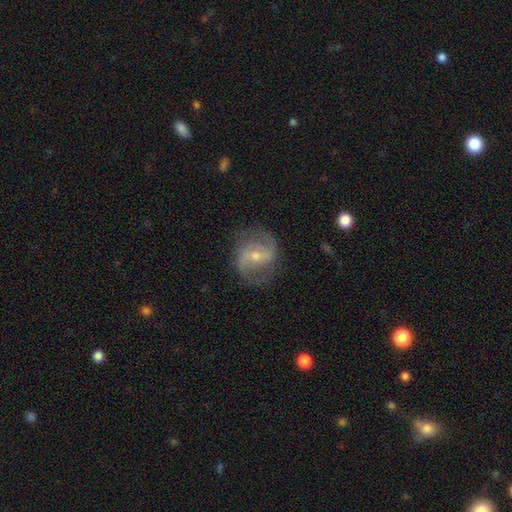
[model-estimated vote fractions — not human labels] featured or disk 83%, smooth 10%, star or artifact 7%. Down the decision tree: edge-on disk — no (97%); bar — weak (45%); spiral arms — yes (94%); spiral arm count — 2 (89%); spiral winding — medium (46%); bulge size — small (58%); merging — none (79%).